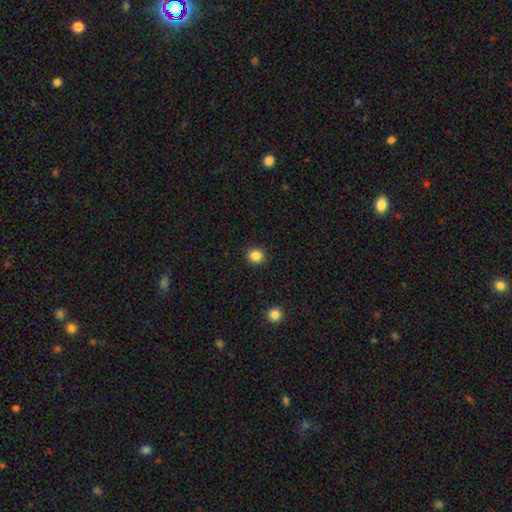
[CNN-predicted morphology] The model was most divided on "smooth or featured": smooth: 85%, star or artifact: 11%, featured or disk: 4%. More confident: merging — none (92%); how rounded — round (87%).